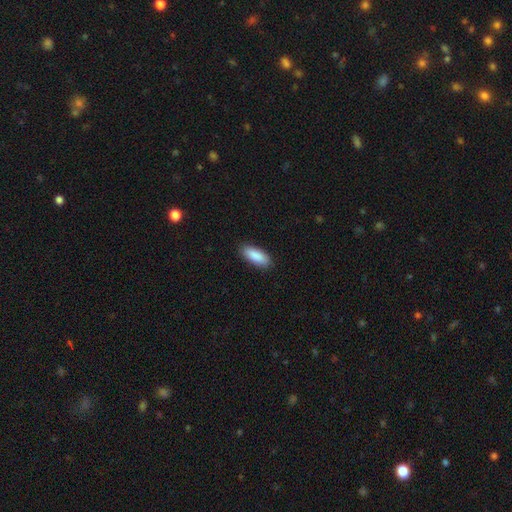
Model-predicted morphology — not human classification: Smooth or featured? smooth (90%)
How rounded? in between (77%)
Merging? none (88%)